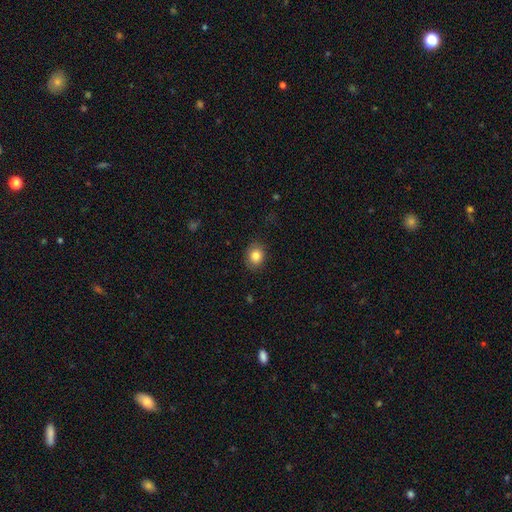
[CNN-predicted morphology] A smooth galaxy with no disk features (84%) that is round (58%). Merging: none (85%).